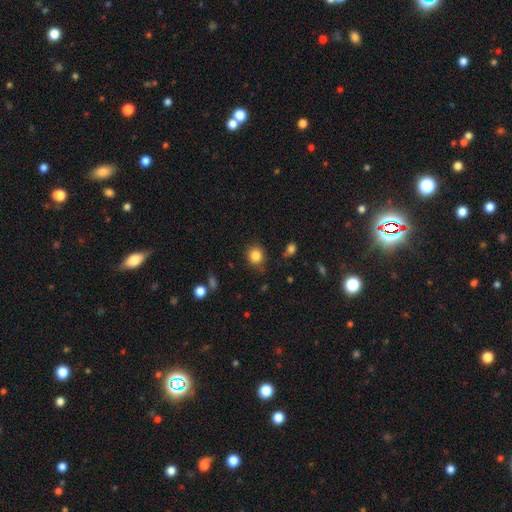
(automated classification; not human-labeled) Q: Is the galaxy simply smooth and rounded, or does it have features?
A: smooth — 84%.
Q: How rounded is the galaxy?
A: round — 81%.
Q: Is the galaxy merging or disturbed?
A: none — 78%.